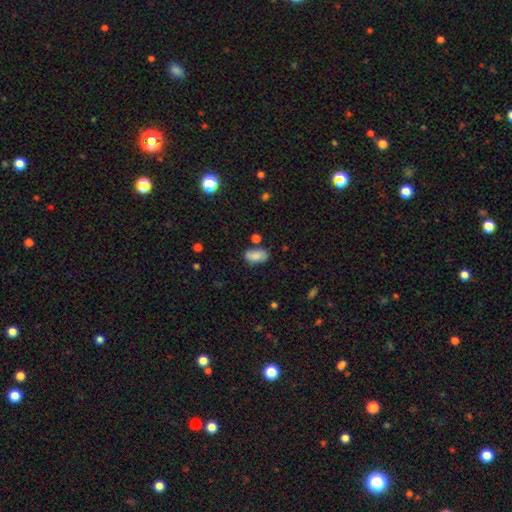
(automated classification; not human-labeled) Smooth or featured?
  - smooth: 83% *
  - featured or disk: 9%
  - star or artifact: 8%
How rounded?
  - in between: 93% *
  - round: 5%
  - cigar-shaped: 2%
Merging?
  - none: 69% *
  - minor disturbance: 20%
  - merger: 7%
  - major disturbance: 5%